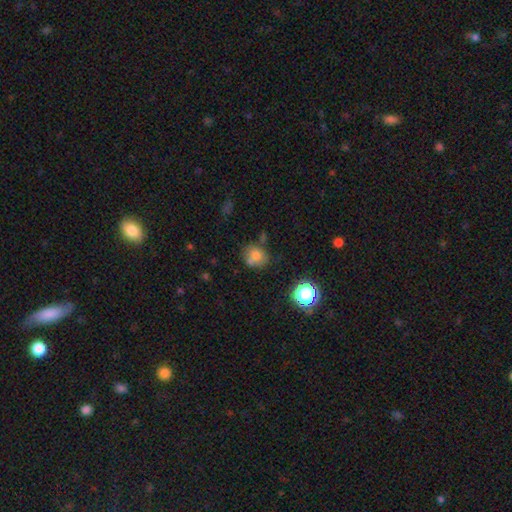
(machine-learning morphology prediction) Smooth or featured: smooth — 71% (featured or disk — 15%)
How rounded: round — 72% (in between — 27%)
Merging: none — 59% (merger — 18%)